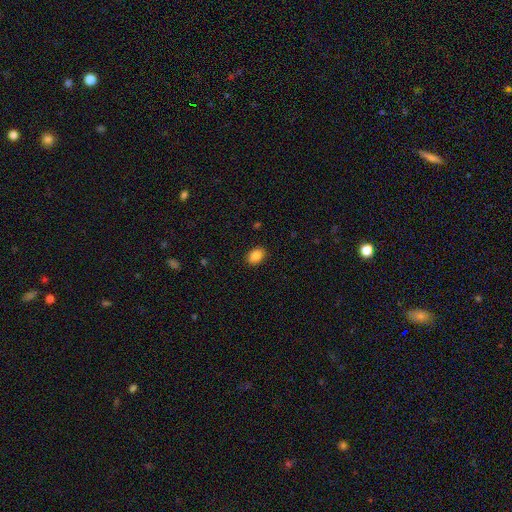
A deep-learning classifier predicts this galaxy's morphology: A smooth galaxy with no disk features (87%) that is in between round and cigar-shaped (82%). Merging: none (89%).